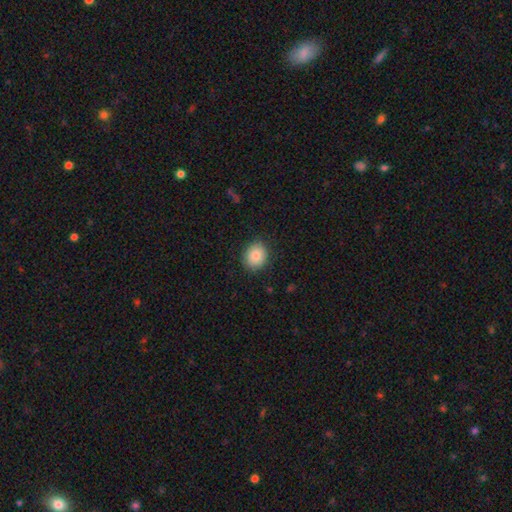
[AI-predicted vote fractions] This is clearly a smooth galaxy (84%). How rounded: likely round (67%). Merging: clearly none (87%).